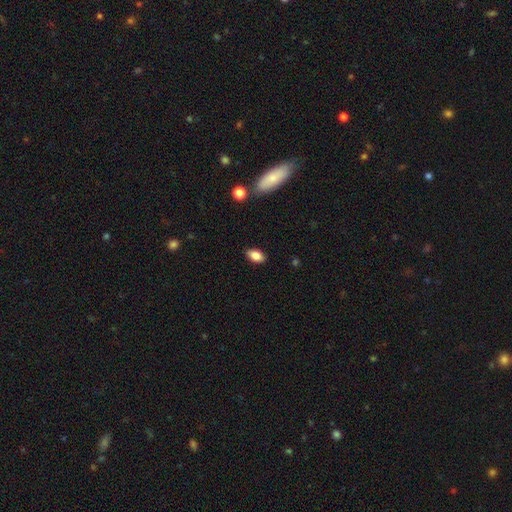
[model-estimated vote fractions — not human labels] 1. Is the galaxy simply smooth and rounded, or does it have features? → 84% smooth, 8% star or artifact, 7% featured or disk.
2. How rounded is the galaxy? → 91% in between, 7% round, 2% cigar-shaped.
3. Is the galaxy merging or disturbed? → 86% none, 10% minor disturbance, 2% major disturbance, 1% merger.